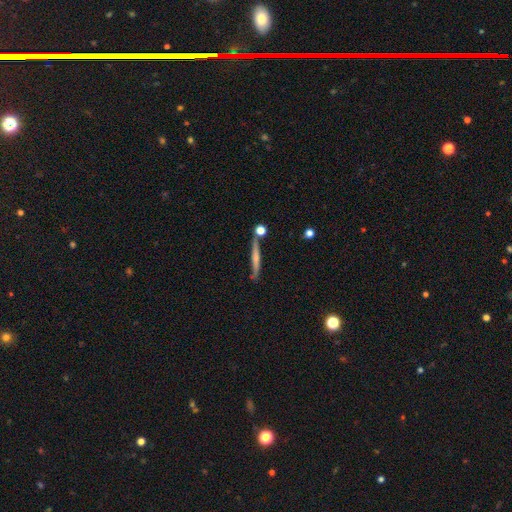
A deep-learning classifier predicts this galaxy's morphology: Smooth or featured: featured or disk — 56% (smooth — 36%)
Edge-on disk: yes — 94% (no — 6%)
Edge-on bulge: rounded — 51% (none — 39%)
Merging: none — 76% (minor disturbance — 13%)